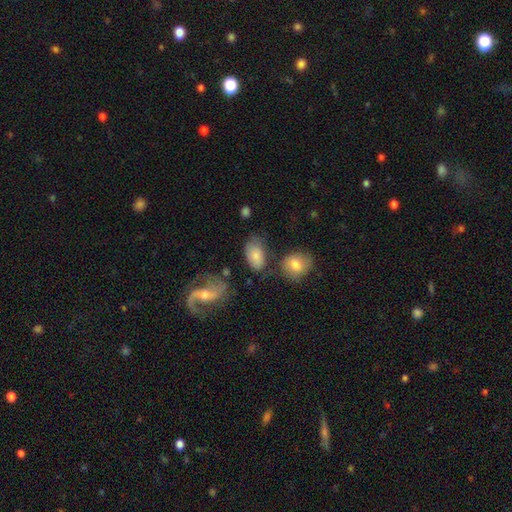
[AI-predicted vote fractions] A smooth galaxy with no disk features (75%) that is in between round and cigar-shaped (91%).

Vote fractions:
- Smooth or featured? smooth: 75% / featured or disk: 16% / star or artifact: 8%
- How rounded? in between: 91% / round: 8% / cigar-shaped: 2%
- Merging? none: 60% / minor disturbance: 21% / merger: 10% / major disturbance: 9%